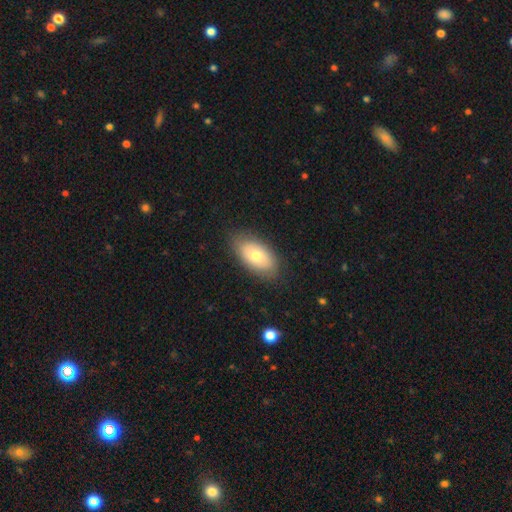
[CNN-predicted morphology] A smooth galaxy with no disk features (67%) that is in between round and cigar-shaped (93%).

Vote fractions:
- Smooth or featured? smooth: 67% / featured or disk: 26% / star or artifact: 7%
- How rounded? in between: 93% / round: 5% / cigar-shaped: 3%
- Merging? none: 81% / minor disturbance: 14% / major disturbance: 3% / merger: 1%